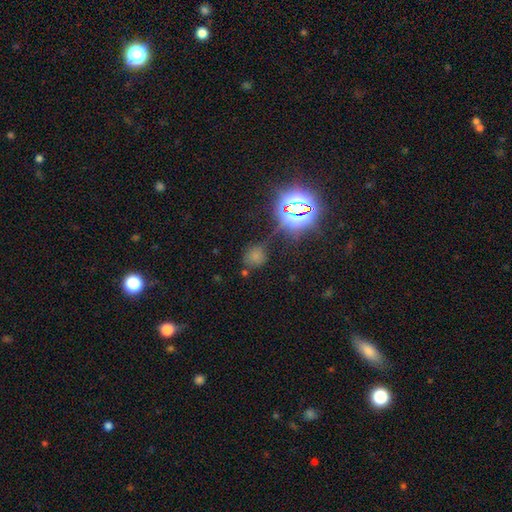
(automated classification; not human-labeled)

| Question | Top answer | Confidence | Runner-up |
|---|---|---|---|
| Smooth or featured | smooth | 54% | star or artifact (38%) |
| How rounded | round | 74% | in between (24%) |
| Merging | none | 64% | minor disturbance (19%) |